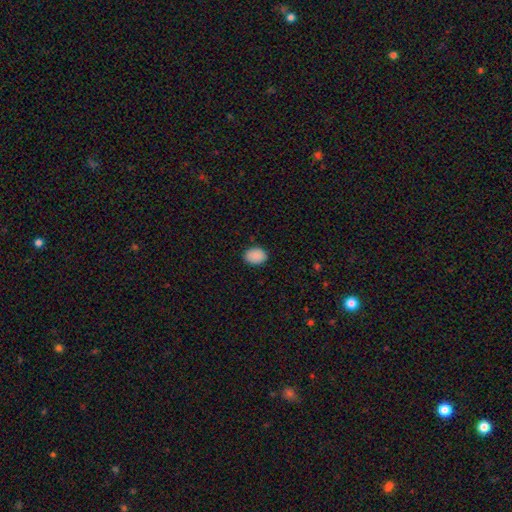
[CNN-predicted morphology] smooth 89%, star or artifact 8%, featured or disk 3%. Down the decision tree: how rounded — in between (67%); merging — none (88%).